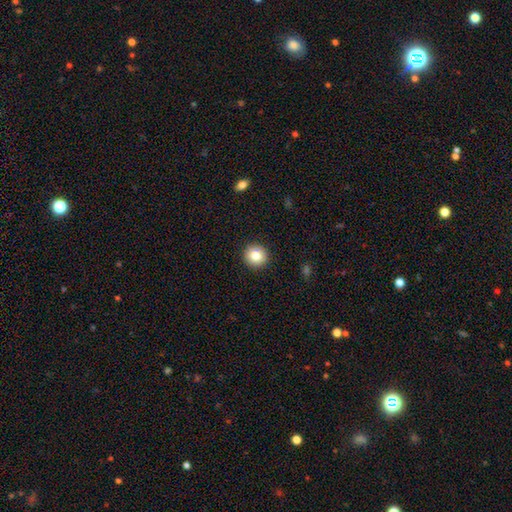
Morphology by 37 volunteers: smooth-or-featured: smooth: 86% | featured or disk: 11% | star or artifact: 3%
  how-rounded: round: 97% | in between: 3% | cigar-shaped: 0%
  merging: none: 100% | minor disturbance: 0% | major disturbance: 0% | merger: 0%